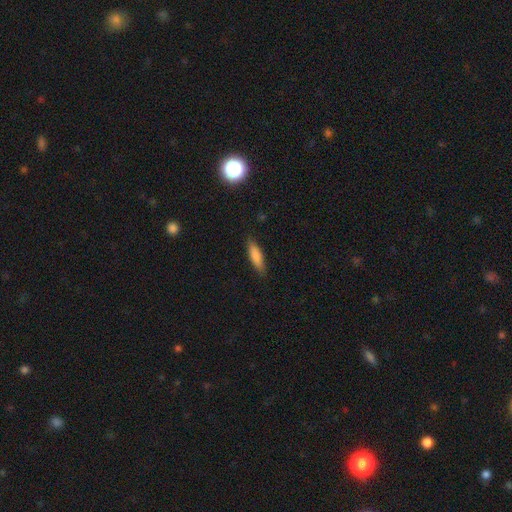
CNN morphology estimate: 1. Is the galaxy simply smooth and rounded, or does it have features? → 81% smooth, 12% featured or disk, 7% star or artifact.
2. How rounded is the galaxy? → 54% cigar-shaped, 44% in between, 2% round.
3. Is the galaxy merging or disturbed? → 83% none, 13% minor disturbance, 3% major disturbance, 1% merger.